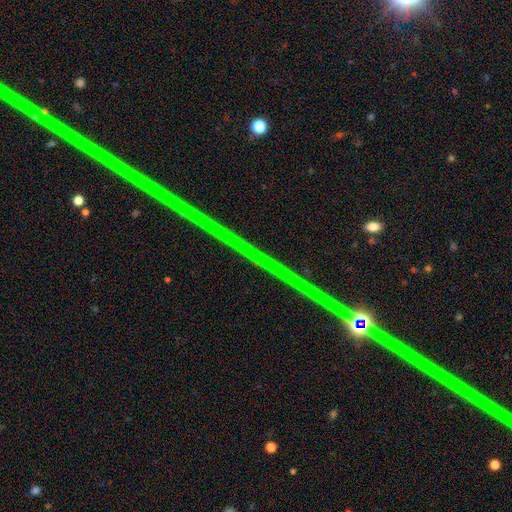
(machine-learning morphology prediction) smooth-or-featured: star or artifact: 85% | featured or disk: 10% | smooth: 5%